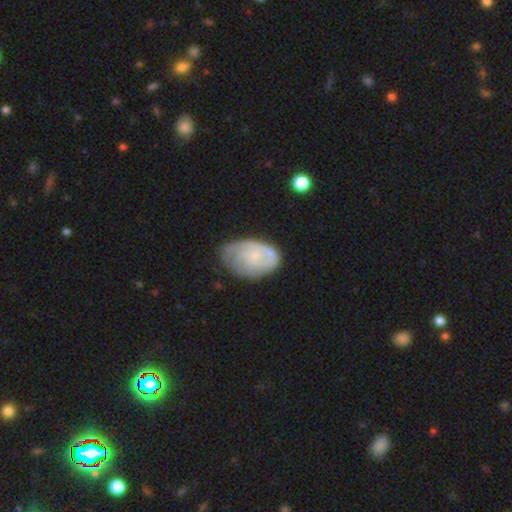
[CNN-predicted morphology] smooth_or_featured: featured or disk (p=0.60) [alt: smooth p=0.34]
disk_edge_on: no (p=0.97) [alt: yes p=0.03]
bar: no (p=0.76) [alt: weak p=0.21]
has_spiral_arms: yes (p=0.82) [alt: no p=0.18]
bulge_size: small (p=0.68) [alt: moderate p=0.15]
merging: none (p=0.51) [alt: minor disturbance p=0.33]